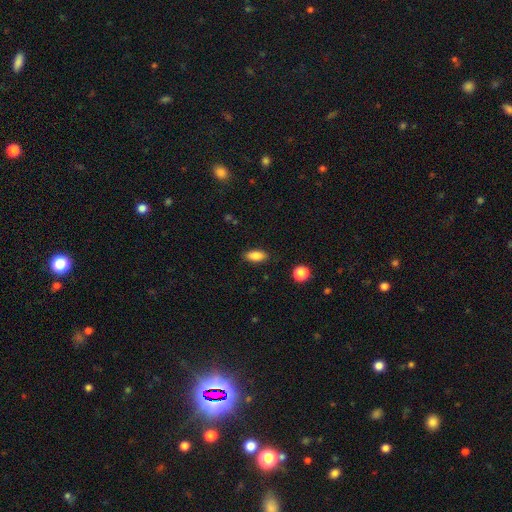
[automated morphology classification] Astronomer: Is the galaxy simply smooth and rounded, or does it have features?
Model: smooth — 86%.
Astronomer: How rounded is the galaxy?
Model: in between — 85%.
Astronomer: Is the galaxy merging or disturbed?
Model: none — 86%.